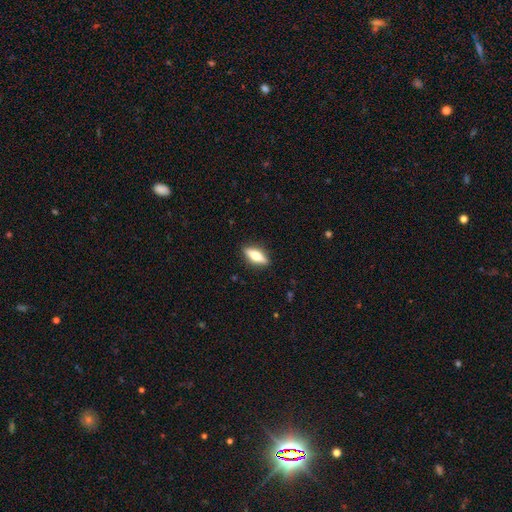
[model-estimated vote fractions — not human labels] The model was most divided on "smooth or featured": smooth: 53%, featured or disk: 40%, star or artifact: 7%. More confident: merging — none (88%); how rounded — in between (58%).